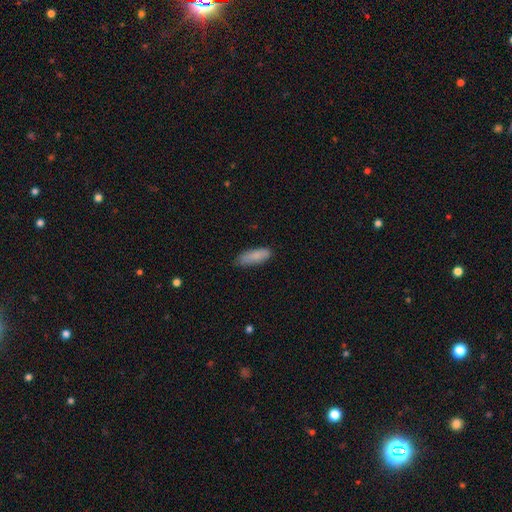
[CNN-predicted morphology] Smooth or featured?
  - smooth: 86% *
  - featured or disk: 8%
  - star or artifact: 6%
How rounded?
  - in between: 59% *
  - cigar-shaped: 39%
  - round: 2%
Merging?
  - none: 74% *
  - minor disturbance: 21%
  - major disturbance: 3%
  - merger: 1%